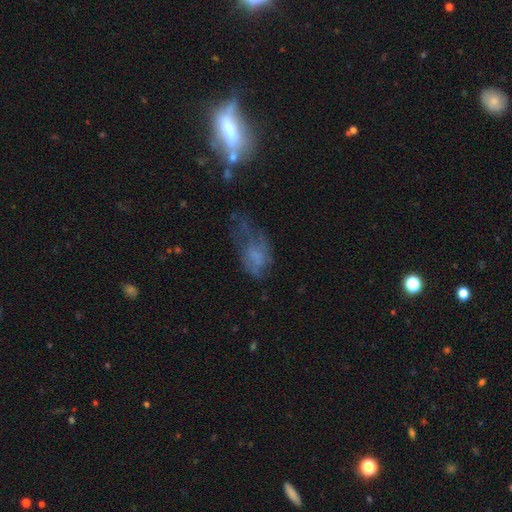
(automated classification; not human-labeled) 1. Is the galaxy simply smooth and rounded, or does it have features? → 44% smooth, 40% featured or disk, 16% star or artifact.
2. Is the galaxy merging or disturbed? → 42% major disturbance, 29% none, 24% minor disturbance, 5% merger.